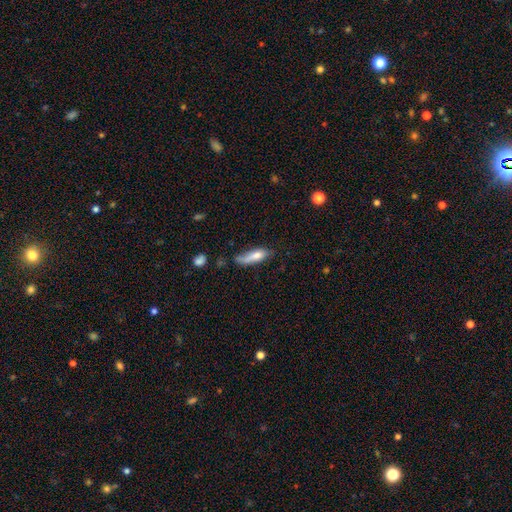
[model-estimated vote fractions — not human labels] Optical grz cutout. It shows a smooth galaxy with no disk features (70%) that is cigar-shaped (51%). Merging: none (46%).